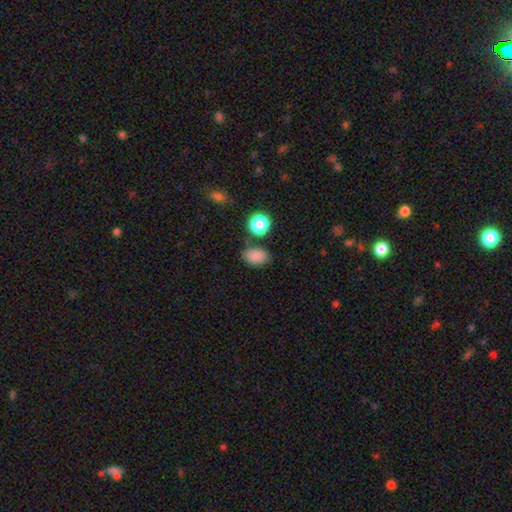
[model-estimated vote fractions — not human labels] Morphology: type=smooth (83%); roundness=in between (79%); merging=none (76%).